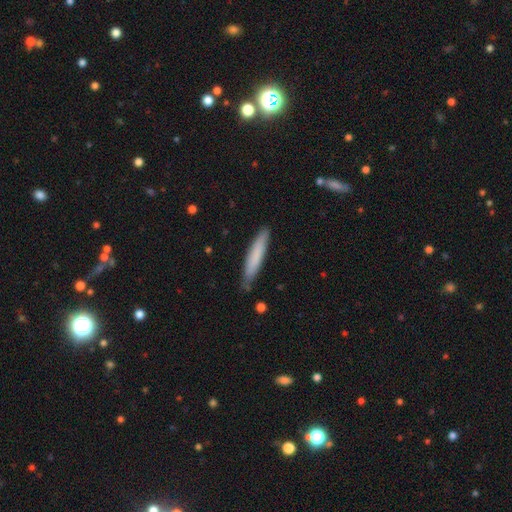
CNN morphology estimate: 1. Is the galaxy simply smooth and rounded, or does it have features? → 75% smooth, 19% featured or disk, 6% star or artifact.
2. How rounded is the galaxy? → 92% cigar-shaped, 7% in between, 1% round.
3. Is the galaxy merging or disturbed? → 82% none, 14% minor disturbance, 2% major disturbance, 2% merger.